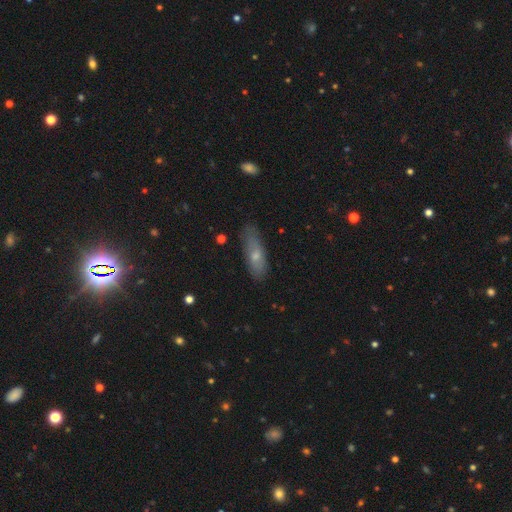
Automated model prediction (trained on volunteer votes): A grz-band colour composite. It shows a smooth galaxy with no disk features (63%) that is in between round and cigar-shaped (54%). Merging: none (73%).